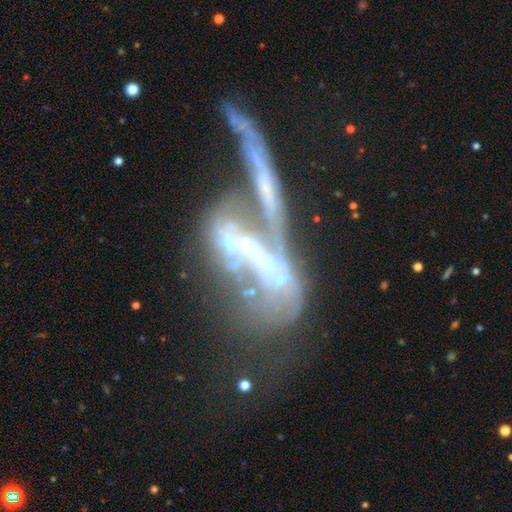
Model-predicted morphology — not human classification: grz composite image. It shows a featured or disk galaxy (70%) with no bar (63%), no spiral arms (71%) and no central bulge (40%). Merging: merger (55%).